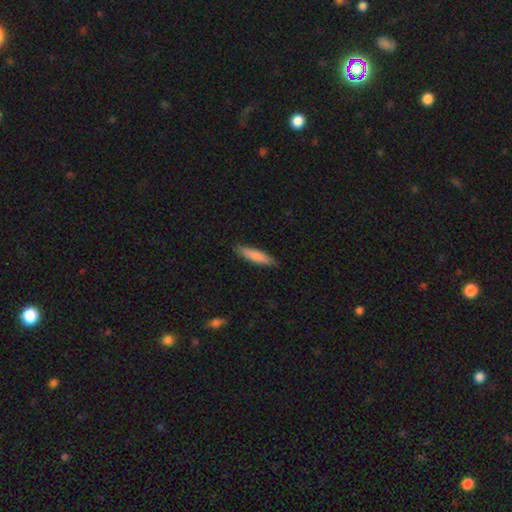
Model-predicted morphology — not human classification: This appears to be a smooth galaxy with no disk features (84%) that is cigar-shaped (77%). Merging: none (87%).